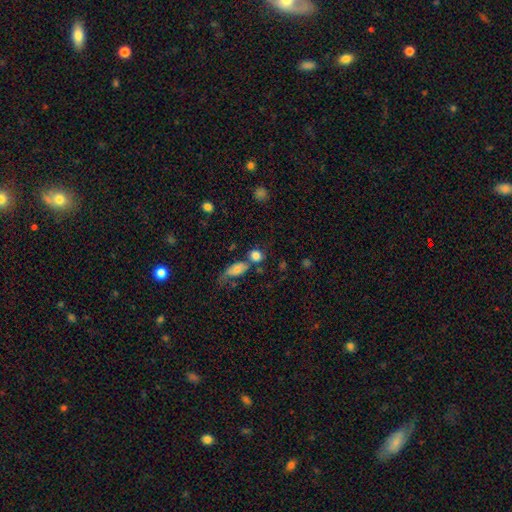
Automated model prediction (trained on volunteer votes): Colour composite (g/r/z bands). It shows a smooth galaxy with no disk features (80%) that is round (65%). Merging: none (50%).